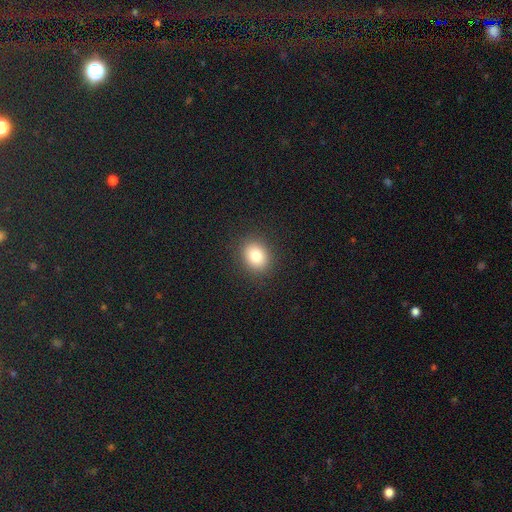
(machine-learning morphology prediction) type=smooth (82%); roundness=round (56%); merging=none (89%).